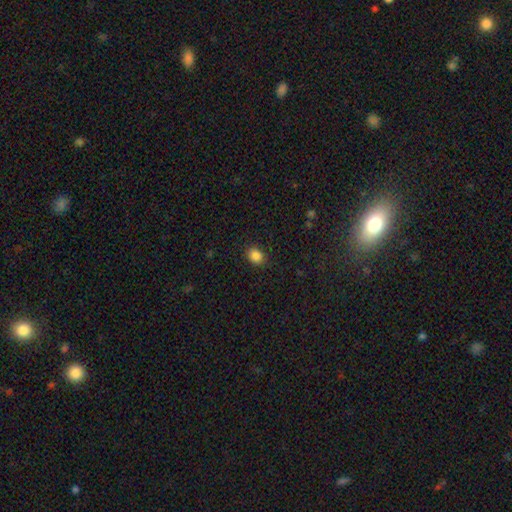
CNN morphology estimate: A smooth galaxy with no disk features (86%) that is in between round and cigar-shaped (50%). Merging: none (88%).